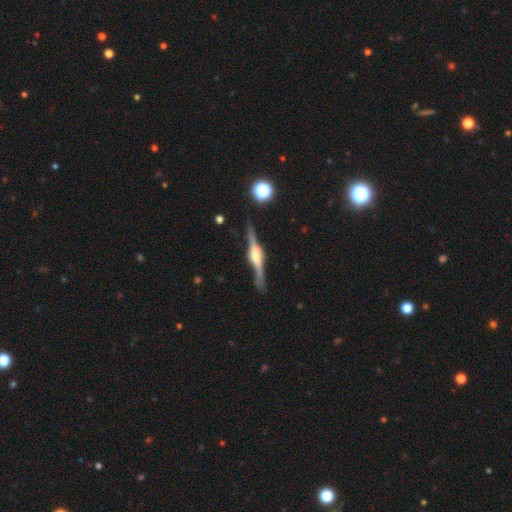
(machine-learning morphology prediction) Overall: featured or disk (81%). Edge-on disk: yes (97%). Edge-on bulge: rounded (74%). Merging: none (84%).